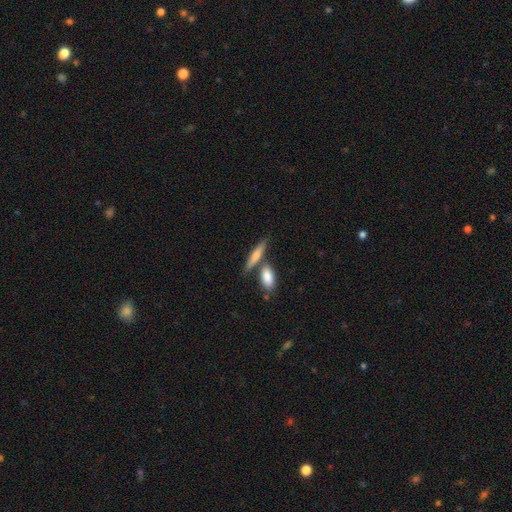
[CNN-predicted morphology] Smooth or featured?
  - smooth: 66% *
  - featured or disk: 27%
  - star or artifact: 6%
How rounded?
  - cigar-shaped: 66% *
  - in between: 30%
  - round: 4%
Merging?
  - none: 59% *
  - merger: 26%
  - minor disturbance: 11%
  - major disturbance: 4%